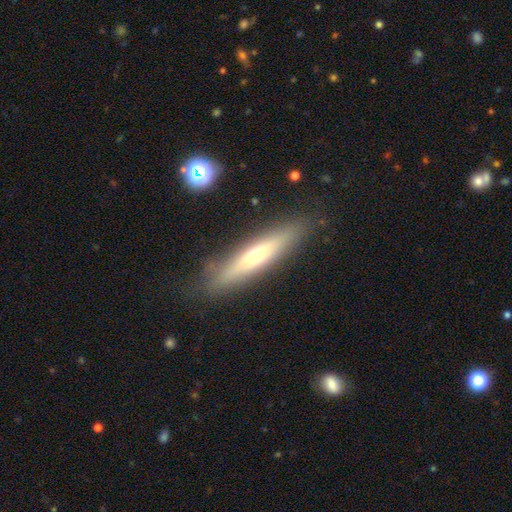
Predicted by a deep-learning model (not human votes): Morphology: type=smooth (50%); merging=none (84%).